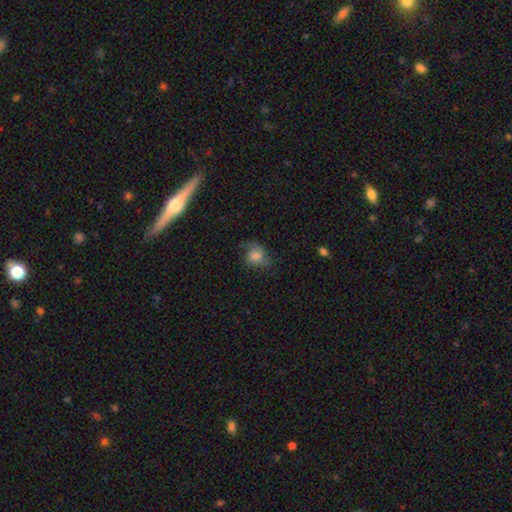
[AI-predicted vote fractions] Smooth or featured? Predicted: smooth (p=0.48). Merging? Predicted: none (p=0.56).